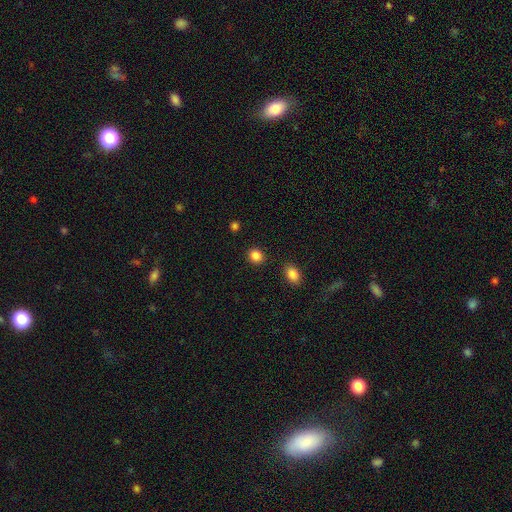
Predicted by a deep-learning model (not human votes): This is clearly a smooth galaxy (86%). How rounded: likely round (76%). Merging: clearly none (89%).